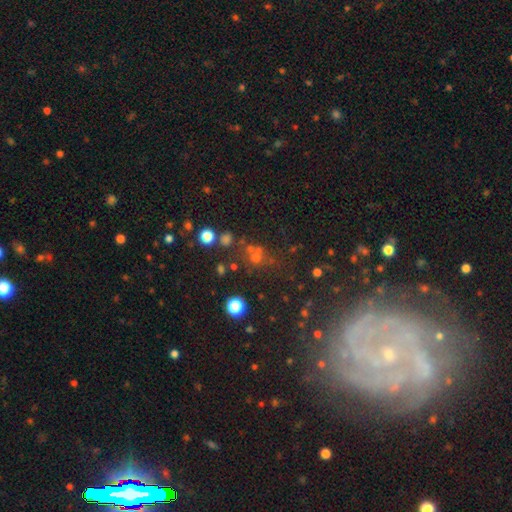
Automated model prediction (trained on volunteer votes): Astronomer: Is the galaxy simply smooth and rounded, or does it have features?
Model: star or artifact — 48% (runner-up: smooth, 36%).